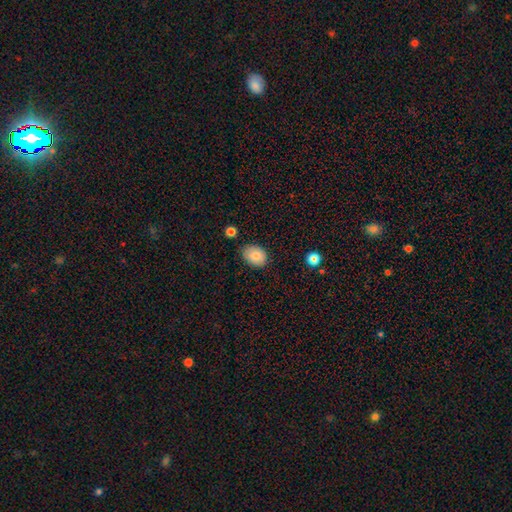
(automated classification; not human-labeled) A smooth galaxy with no disk features (84%) that is in between round and cigar-shaped (74%). Merging: none (76%).